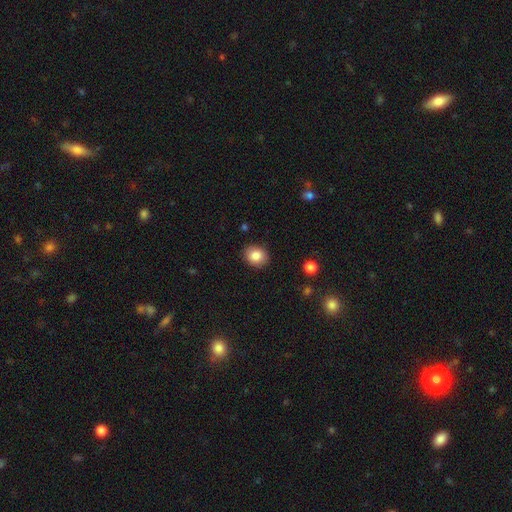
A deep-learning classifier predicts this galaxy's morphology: Smooth or featured? smooth (84%)
How rounded? round (64%)
Merging? none (89%)